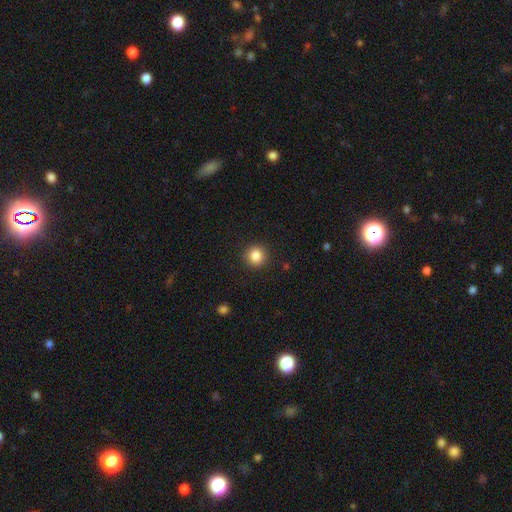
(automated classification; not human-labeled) A smooth galaxy with no disk features (85%) that is round (91%).

Vote fractions:
- Smooth or featured? smooth: 85% / star or artifact: 10% / featured or disk: 5%
- How rounded? round: 91% / in between: 8% / cigar-shaped: 1%
- Merging? none: 91% / minor disturbance: 6% / major disturbance: 2% / merger: 1%